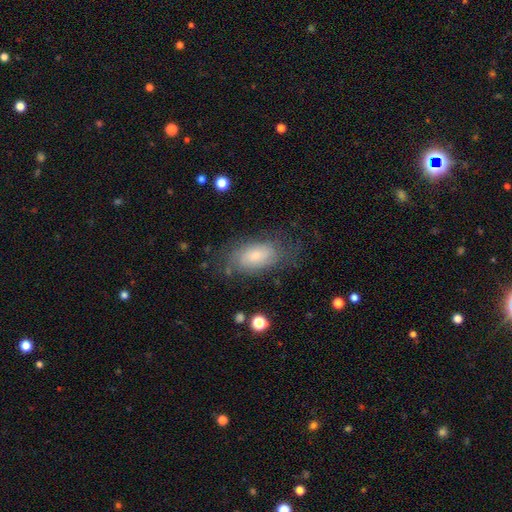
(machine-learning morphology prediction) This is possibly a smooth galaxy (57%). How rounded: clearly in between (91%). Merging: likely none (63%).